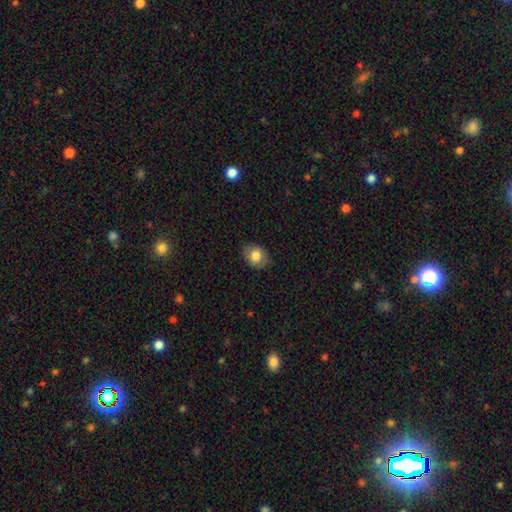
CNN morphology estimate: The model was most divided on "how rounded": in between: 62%, round: 37%, cigar-shaped: 1%. More confident: merging — none (85%); smooth or featured — smooth (80%).